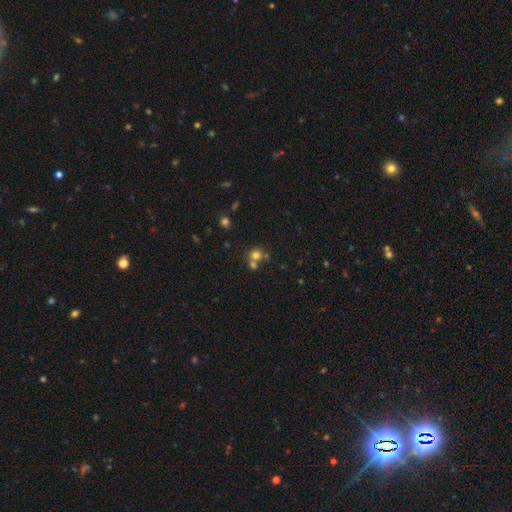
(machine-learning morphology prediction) Smooth or featured? Predicted: smooth (p=0.70). How rounded? Predicted: round (p=0.85). Merging? Predicted: none (p=0.49).